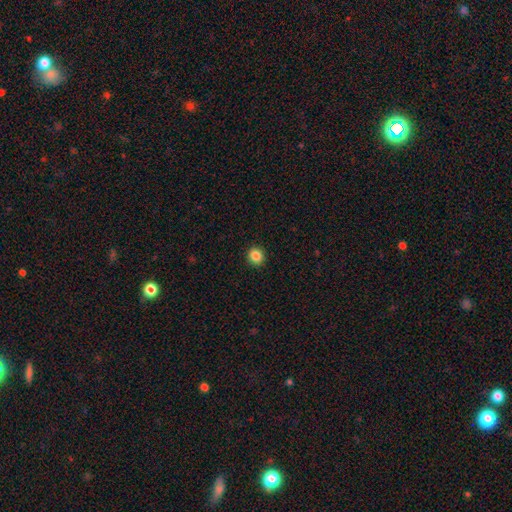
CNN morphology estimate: A smooth galaxy with no disk features (85%) that is round (89%). Merging: none (93%).